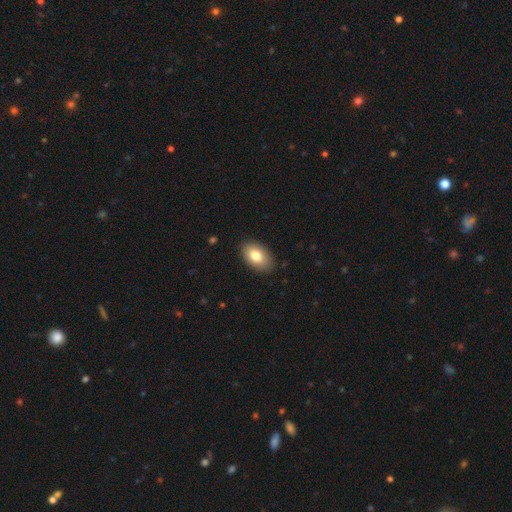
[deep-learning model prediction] This appears to be a smooth galaxy with no disk features (81%) that is in between round and cigar-shaped (92%). Merging: none (88%).